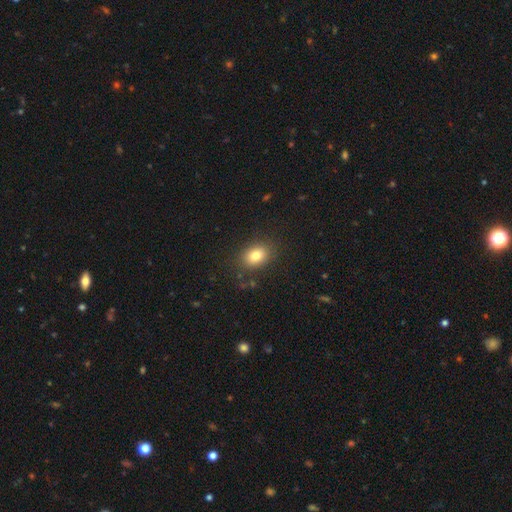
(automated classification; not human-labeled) A smooth galaxy with no disk features (81%) that is in between round and cigar-shaped (68%).

Vote fractions:
- Smooth or featured? smooth: 81% / star or artifact: 10% / featured or disk: 9%
- How rounded? in between: 68% / round: 31% / cigar-shaped: 1%
- Merging? none: 85% / minor disturbance: 10% / major disturbance: 3% / merger: 1%